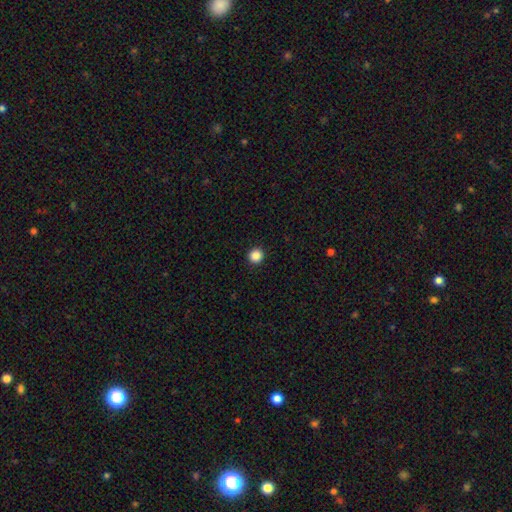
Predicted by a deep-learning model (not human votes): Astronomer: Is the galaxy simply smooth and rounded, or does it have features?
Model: smooth — 87%.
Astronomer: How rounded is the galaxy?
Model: round — 95%.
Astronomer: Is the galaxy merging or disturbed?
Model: none — 94%.